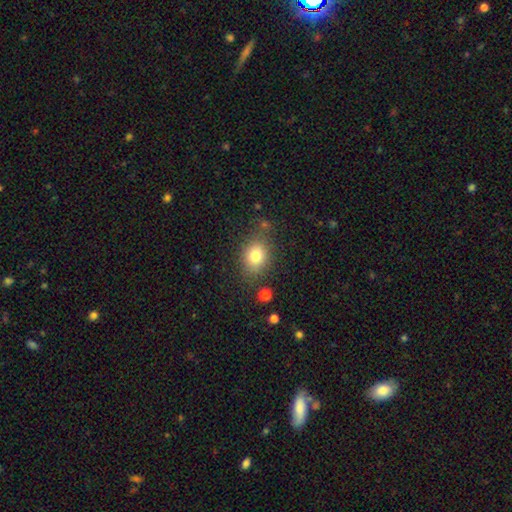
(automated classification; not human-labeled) Q: Smooth or featured?
A: smooth (80%); runner-up: star or artifact (11%)
Q: How rounded?
A: in between (50%); runner-up: round (49%)
Q: Merging?
A: none (76%); runner-up: minor disturbance (15%)